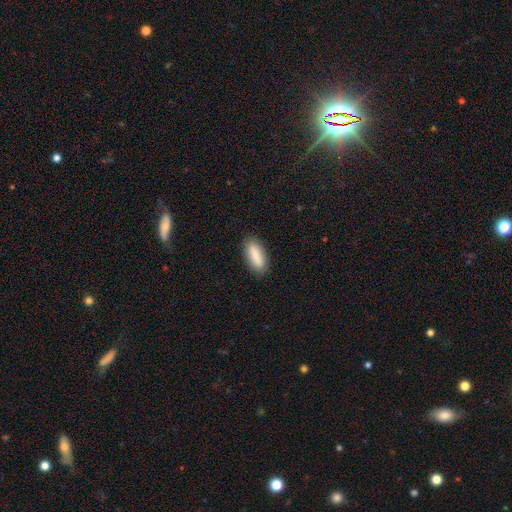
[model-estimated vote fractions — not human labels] Smooth or featured? smooth (87%)
How rounded? in between (70%)
Merging? none (87%)